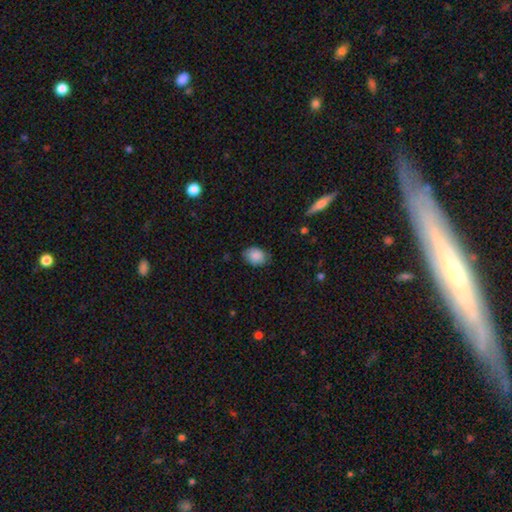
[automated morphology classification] Smooth or featured? Predicted: smooth (p=0.87). How rounded? Predicted: in between (p=0.65). Merging? Predicted: none (p=0.74).